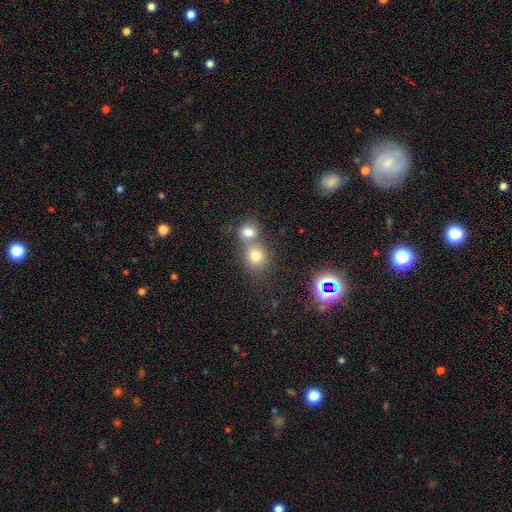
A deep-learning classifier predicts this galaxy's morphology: smooth 76%, star or artifact 15%, featured or disk 10%. Down the decision tree: how rounded — round (79%); merging — merger (50%).